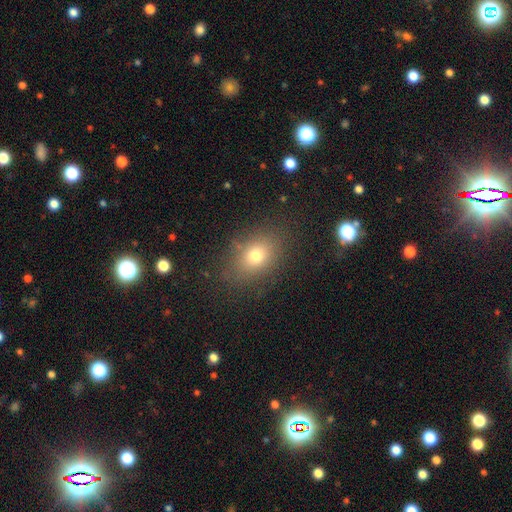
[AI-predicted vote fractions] Smooth or featured? Predicted: smooth (p=0.73). How rounded? Predicted: in between (p=0.62). Merging? Predicted: none (p=0.81).